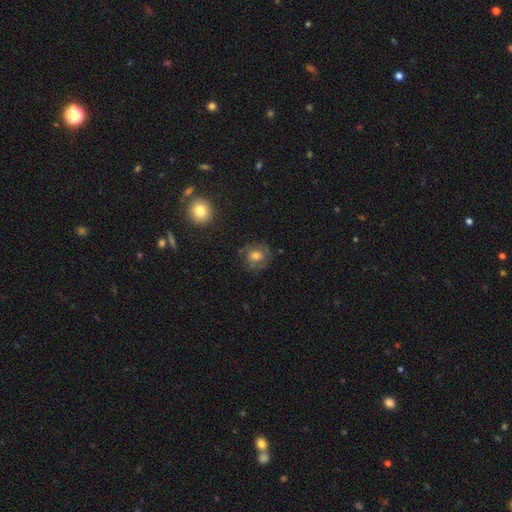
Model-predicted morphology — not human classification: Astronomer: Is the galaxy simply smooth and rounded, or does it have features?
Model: smooth — 52% (runner-up: featured or disk, 37%).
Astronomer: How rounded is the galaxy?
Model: round — 79%.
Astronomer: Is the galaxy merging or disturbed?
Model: none — 73%.